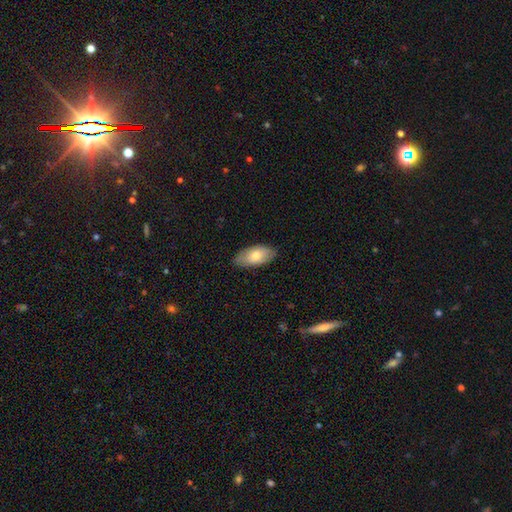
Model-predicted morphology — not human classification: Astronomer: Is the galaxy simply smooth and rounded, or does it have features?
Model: smooth — 76%.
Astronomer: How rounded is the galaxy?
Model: in between — 93%.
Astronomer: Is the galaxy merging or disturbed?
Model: none — 83%.